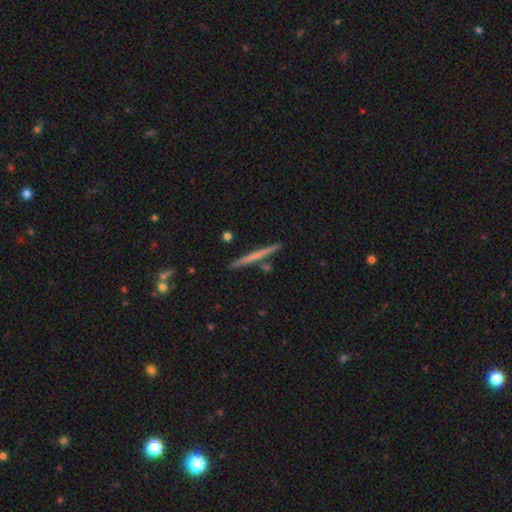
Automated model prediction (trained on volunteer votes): A smooth galaxy with no disk features (49%).

Vote fractions:
- Smooth or featured? smooth: 49% / featured or disk: 45% / star or artifact: 6%
- Merging? none: 88% / minor disturbance: 7% / merger: 4% / major disturbance: 1%